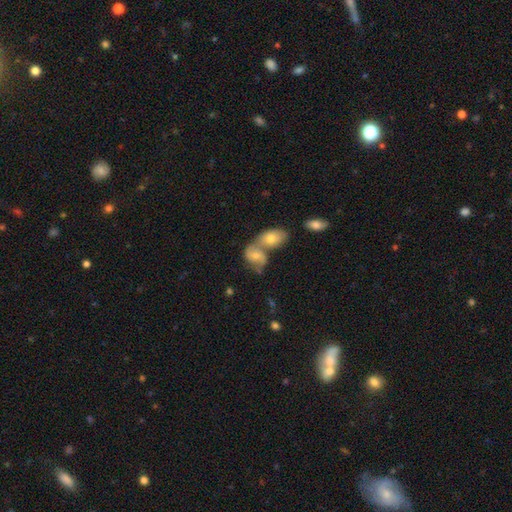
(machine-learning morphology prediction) smooth 51%, featured or disk 40%, star or artifact 9%. Down the decision tree: how rounded — in between (72%); merging — merger (66%).